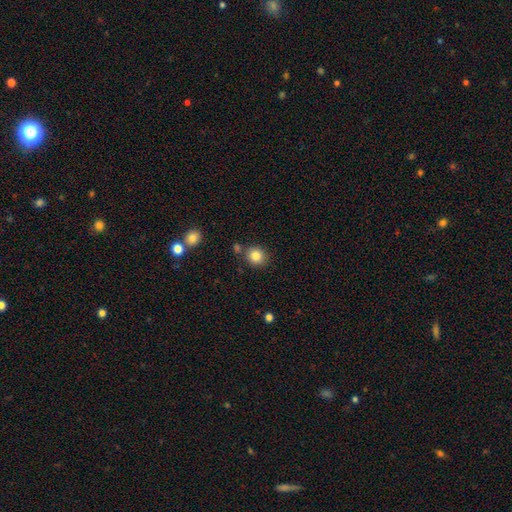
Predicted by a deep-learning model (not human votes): The model was most divided on "merging": none: 80%, minor disturbance: 9%, merger: 8%, major disturbance: 3%. More confident: how rounded — round (85%); smooth or featured — smooth (84%).